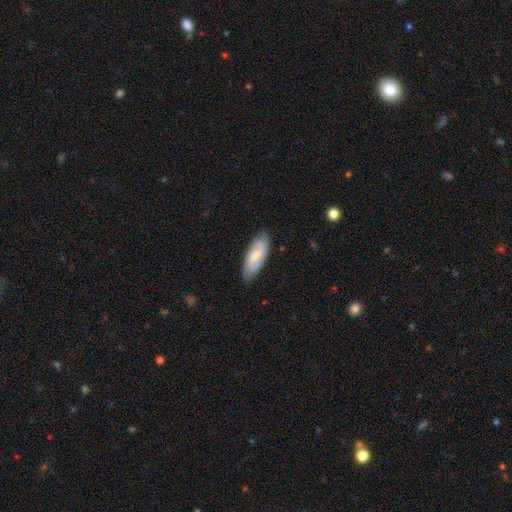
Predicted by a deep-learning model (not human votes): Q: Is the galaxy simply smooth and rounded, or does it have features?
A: smooth — 73%.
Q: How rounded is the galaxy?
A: in between — 71%.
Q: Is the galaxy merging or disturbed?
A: none — 78%.